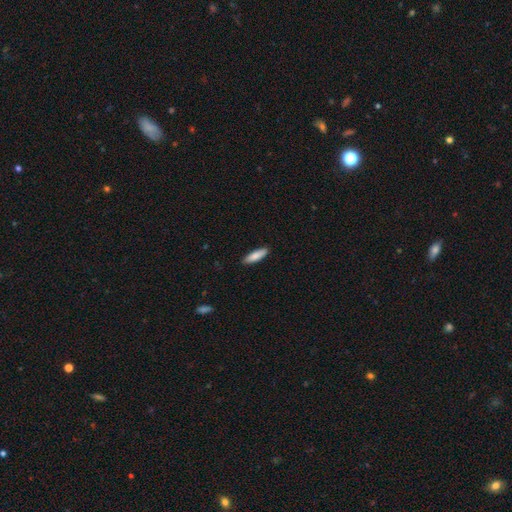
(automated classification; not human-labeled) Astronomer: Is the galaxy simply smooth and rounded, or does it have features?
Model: smooth — 83%.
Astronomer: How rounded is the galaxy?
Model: cigar-shaped — 62%.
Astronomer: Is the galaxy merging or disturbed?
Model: none — 88%.